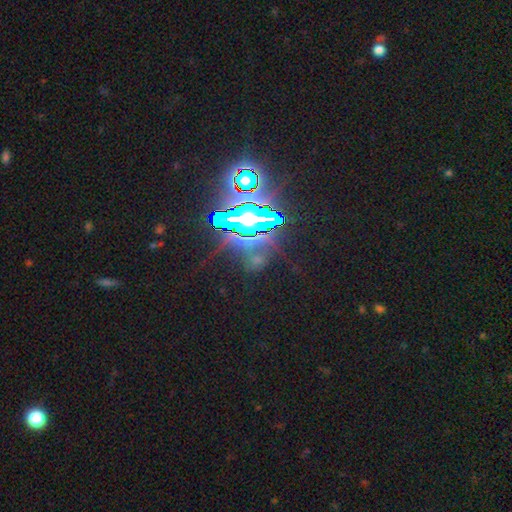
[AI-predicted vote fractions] smooth_or_featured: star or artifact (p=0.82) [alt: featured or disk p=0.09]